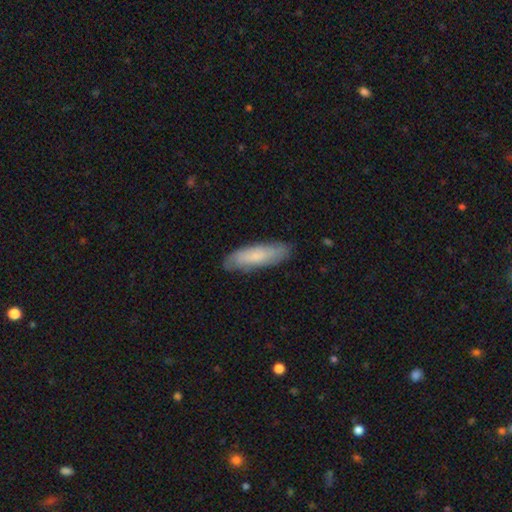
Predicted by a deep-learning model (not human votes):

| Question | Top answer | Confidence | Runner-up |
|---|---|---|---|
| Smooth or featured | smooth | 70% | featured or disk (24%) |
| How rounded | cigar-shaped | 59% | in between (40%) |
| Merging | none | 82% | minor disturbance (14%) |